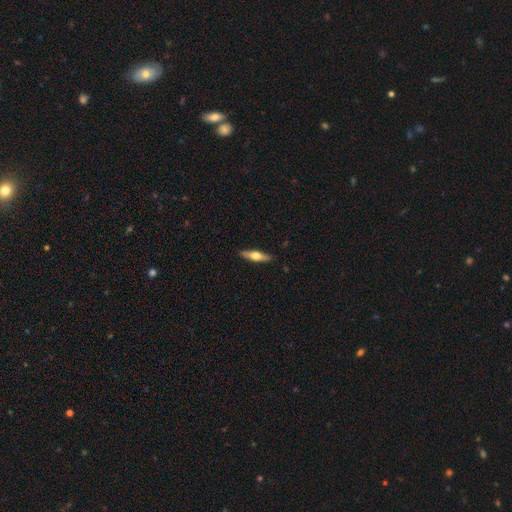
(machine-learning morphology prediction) type=featured or disk (55%); edge-on=yes (94%); edge-on bulge=rounded (94%); merging=none (89%).